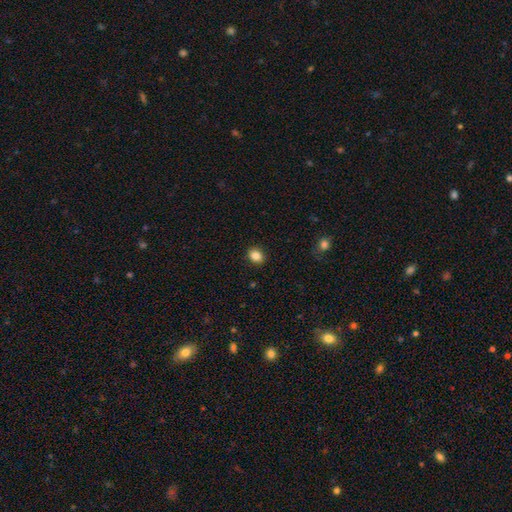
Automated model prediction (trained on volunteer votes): Smooth or featured?
  - smooth: 84% *
  - star or artifact: 10%
  - featured or disk: 6%
How rounded?
  - round: 53% *
  - in between: 47%
  - cigar-shaped: 1%
Merging?
  - none: 90% *
  - minor disturbance: 7%
  - major disturbance: 2%
  - merger: 1%